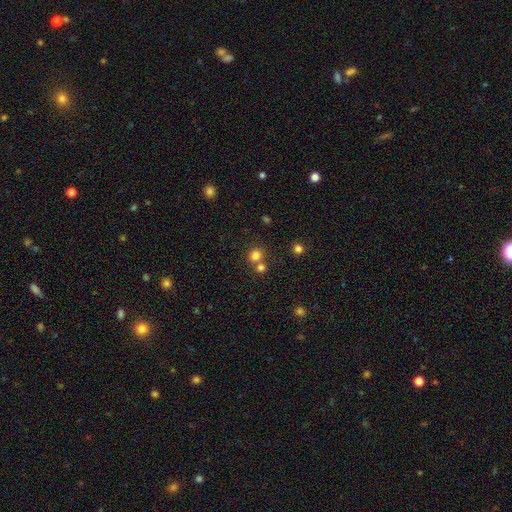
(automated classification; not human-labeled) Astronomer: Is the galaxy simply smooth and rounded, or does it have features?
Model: smooth — 78%.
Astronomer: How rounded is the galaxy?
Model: round — 80%.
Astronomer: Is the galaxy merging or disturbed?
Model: none — 57% (runner-up: merger, 34%).